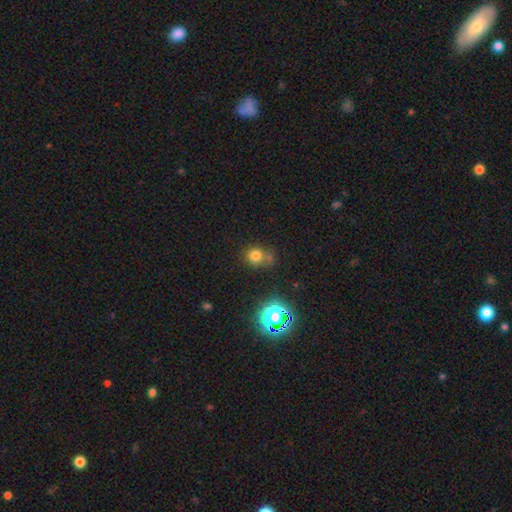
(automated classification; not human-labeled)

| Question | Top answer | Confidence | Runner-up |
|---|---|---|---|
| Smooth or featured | smooth | 73% | star or artifact (20%) |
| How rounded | round | 84% | in between (15%) |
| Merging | none | 61% | merger (19%) |